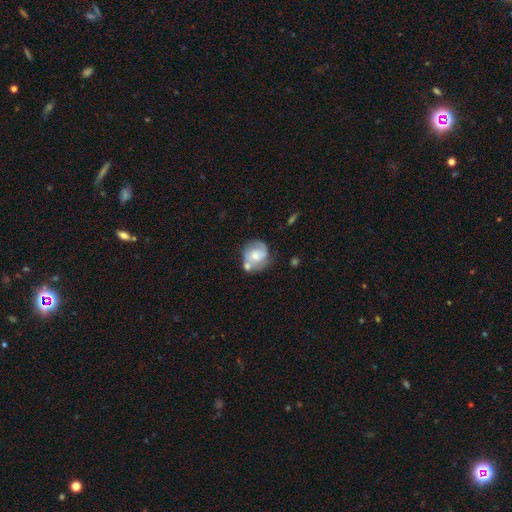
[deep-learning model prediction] Smooth or featured?
  - featured or disk: 49% *
  - smooth: 44%
  - star or artifact: 7%
Merging?
  - none: 47% *
  - merger: 23%
  - minor disturbance: 21%
  - major disturbance: 9%